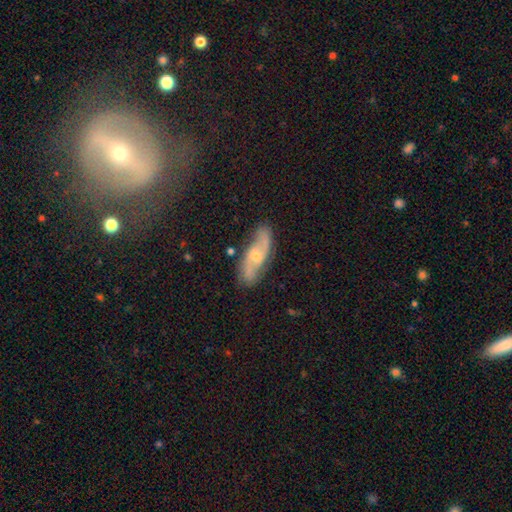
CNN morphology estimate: This is likely a featured or disk galaxy (76%). It is clearly not viewed edge-on (89%). Bar: possibly no (48%). Spiral arm pattern: clearly yes (93%). Spiral arm count: clearly 2 (88%). Spiral winding: marginally loose (43%). Central bulge: possibly small (51%). Merging: likely none (78%).